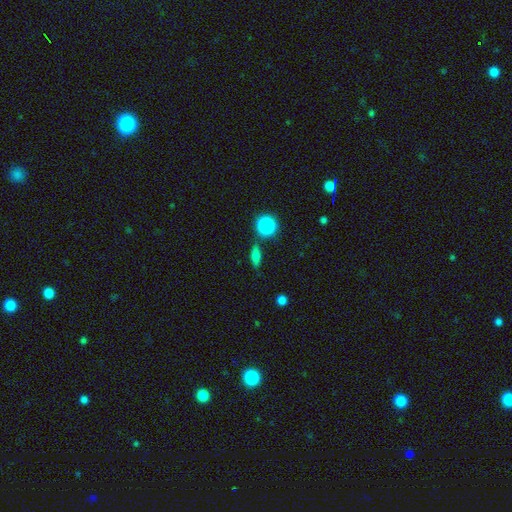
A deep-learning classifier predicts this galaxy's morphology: smooth 72%, star or artifact 15%, featured or disk 14%. Down the decision tree: how rounded — in between (53%); merging — none (80%).